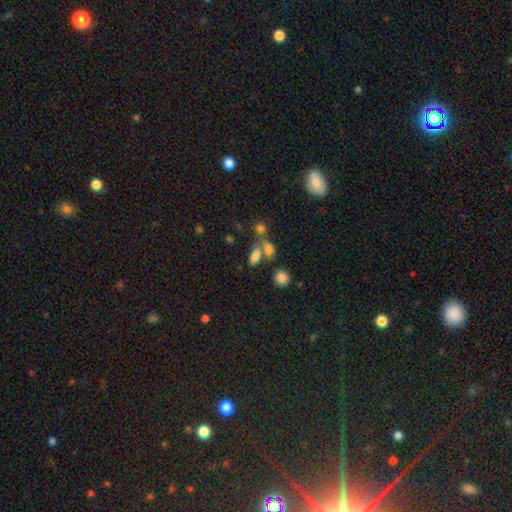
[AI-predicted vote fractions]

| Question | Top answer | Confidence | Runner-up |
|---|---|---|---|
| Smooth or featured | smooth | 77% | star or artifact (13%) |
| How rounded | in between | 85% | round (9%) |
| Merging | none | 47% | merger (35%) |